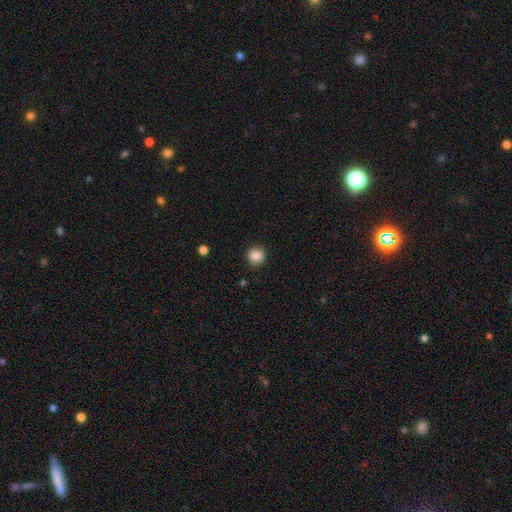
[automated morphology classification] Smooth or featured?
  - smooth: 86% *
  - star or artifact: 10%
  - featured or disk: 4%
How rounded?
  - round: 90% *
  - in between: 9%
  - cigar-shaped: 1%
Merging?
  - none: 90% *
  - minor disturbance: 6%
  - major disturbance: 2%
  - merger: 1%